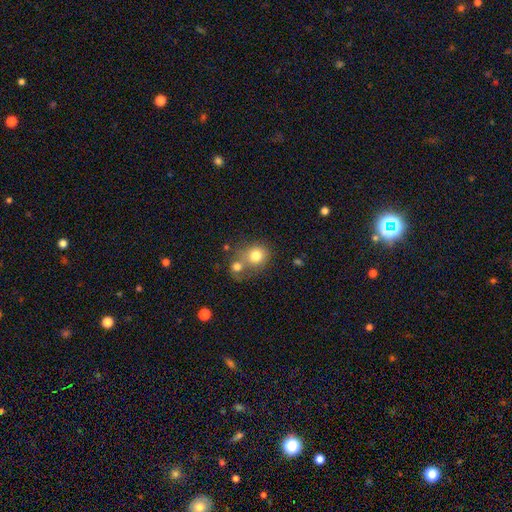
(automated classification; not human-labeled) Smooth or featured?
  - smooth: 78% *
  - featured or disk: 11%
  - star or artifact: 11%
How rounded?
  - round: 77% *
  - in between: 22%
  - cigar-shaped: 1%
Merging?
  - none: 43% *
  - merger: 41%
  - minor disturbance: 10%
  - major disturbance: 5%